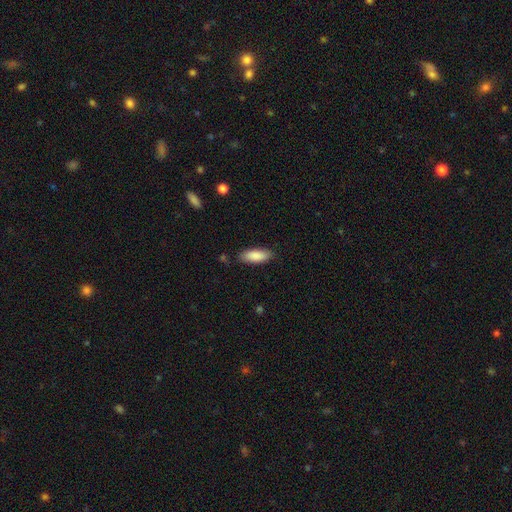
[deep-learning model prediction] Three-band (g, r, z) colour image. It shows a smooth galaxy with no disk features (87%) that is in between round and cigar-shaped (69%). Merging: none (83%).